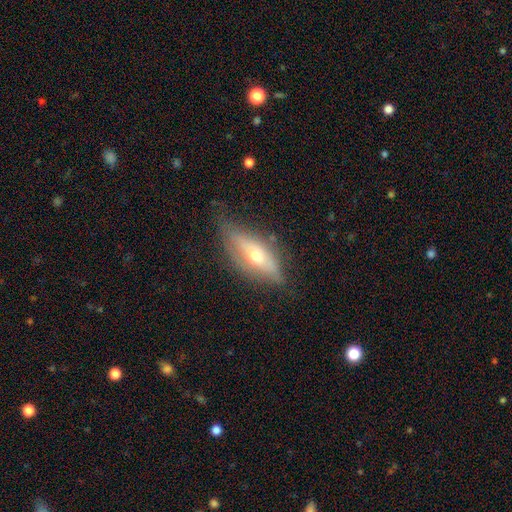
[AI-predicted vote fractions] A featured or disk galaxy (50%) viewed edge-on (65%).

Vote fractions:
- Smooth or featured? featured or disk: 50% / smooth: 42% / star or artifact: 7%
- Edge-on disk? yes: 65% / no: 35%
- Merging? none: 66% / minor disturbance: 24% / major disturbance: 8% / merger: 2%